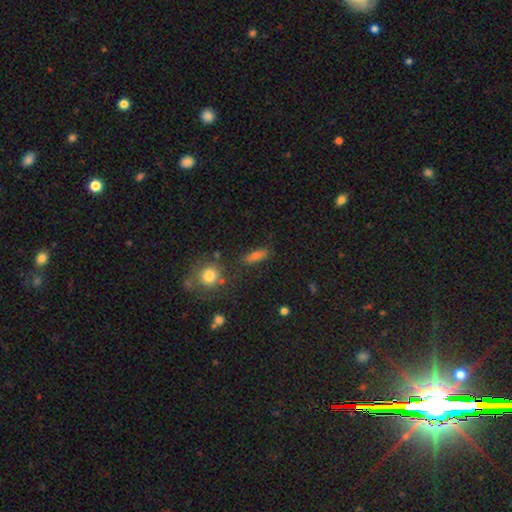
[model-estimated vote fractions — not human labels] Smooth or featured? smooth (68%)
How rounded? in between (52%)
Merging? none (78%)